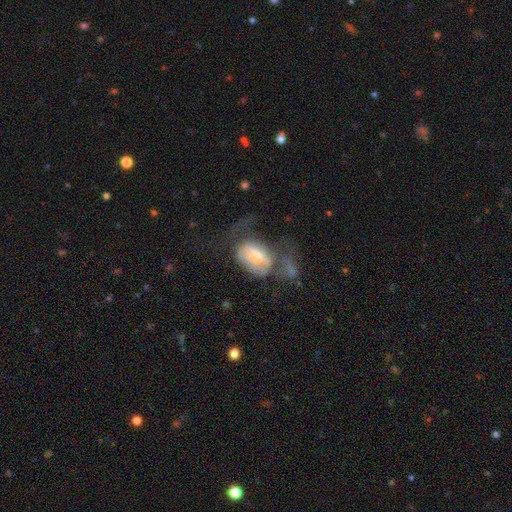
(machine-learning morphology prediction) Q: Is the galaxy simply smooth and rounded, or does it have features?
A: smooth — 55%.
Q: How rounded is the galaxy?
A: in between — 81%.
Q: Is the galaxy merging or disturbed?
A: major disturbance — 49%.